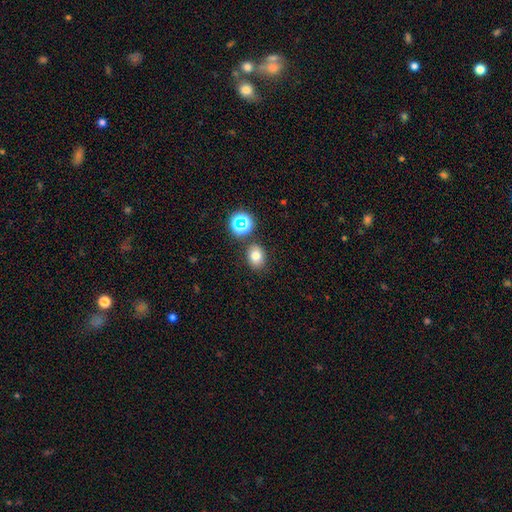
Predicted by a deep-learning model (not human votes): The model was most divided on "how rounded": in between: 56%, round: 43%, cigar-shaped: 1%. More confident: merging — none (80%); smooth or featured — smooth (73%).